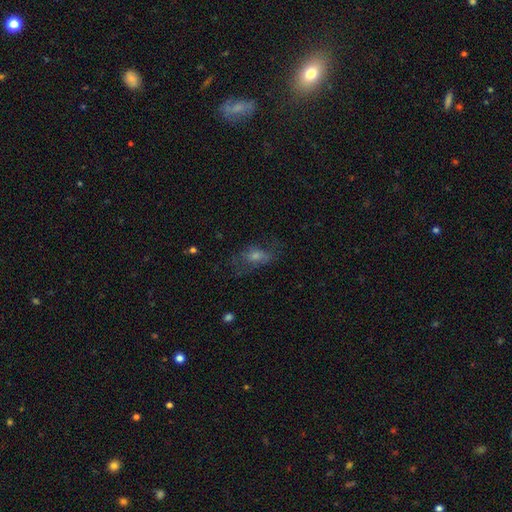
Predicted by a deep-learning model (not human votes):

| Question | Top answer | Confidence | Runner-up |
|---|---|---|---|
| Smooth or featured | smooth | 42% | featured or disk (37%) |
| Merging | none | 54% | major disturbance (23%) |